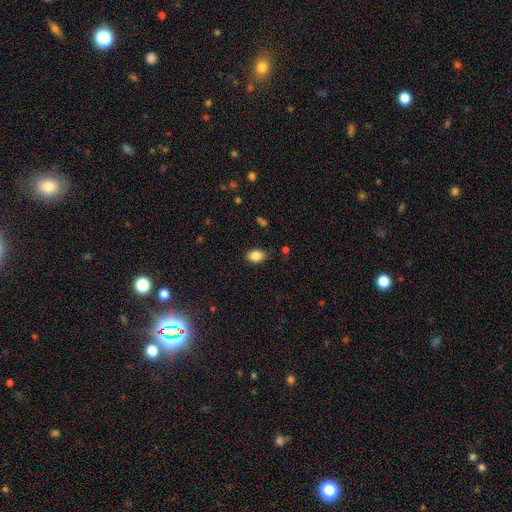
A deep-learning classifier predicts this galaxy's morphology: smooth-or-featured: smooth: 86% | star or artifact: 8% | featured or disk: 6%
  how-rounded: in between: 80% | round: 19% | cigar-shaped: 1%
  merging: none: 84% | minor disturbance: 12% | major disturbance: 3% | merger: 1%